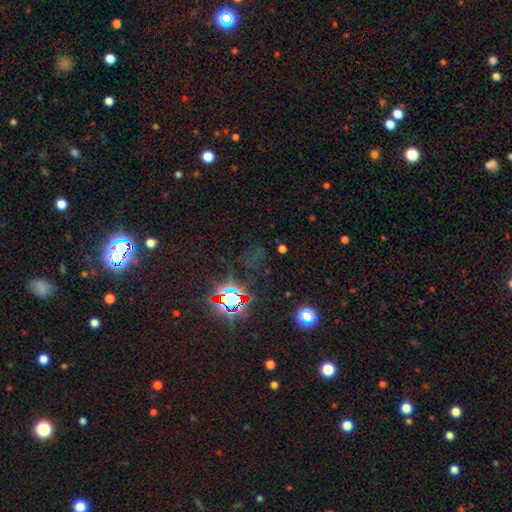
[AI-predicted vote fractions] star or artifact 77%, smooth 14%, featured or disk 9%.